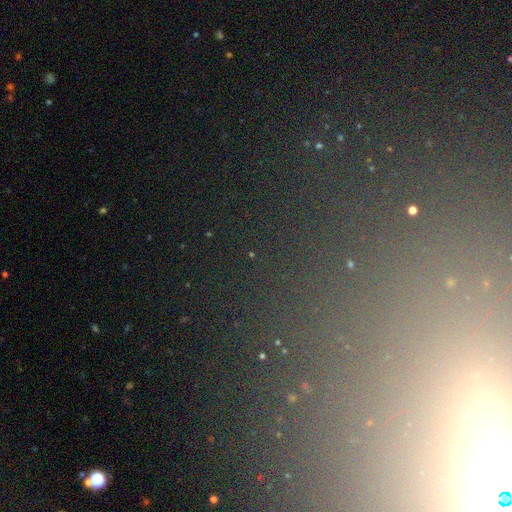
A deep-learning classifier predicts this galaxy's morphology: Overall: star or artifact (71%).